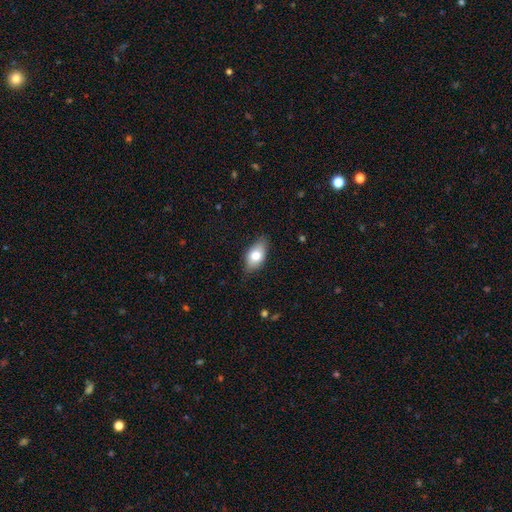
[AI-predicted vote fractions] This is likely a smooth galaxy (74%). How rounded: clearly in between (90%). Merging: likely none (79%).